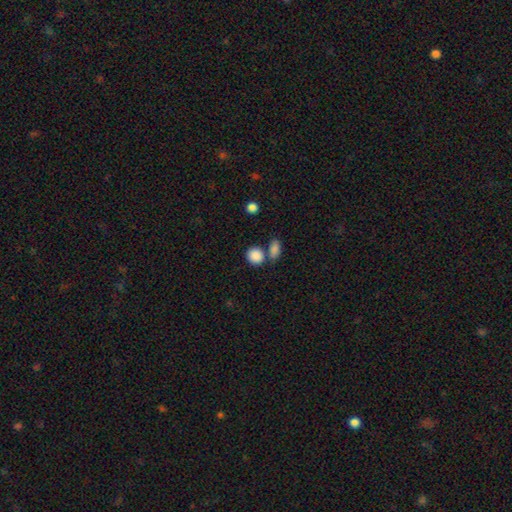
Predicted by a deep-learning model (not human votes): smooth 87%, star or artifact 8%, featured or disk 4%. Down the decision tree: how rounded — round (68%); merging — none (60%).